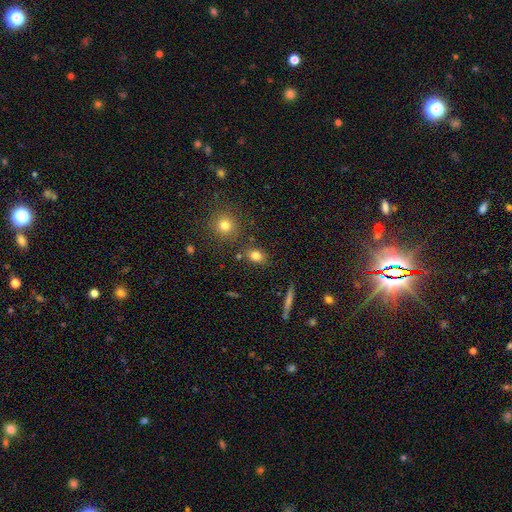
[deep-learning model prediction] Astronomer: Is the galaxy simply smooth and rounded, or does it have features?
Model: smooth — 81%.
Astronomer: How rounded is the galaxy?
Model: in between — 65%.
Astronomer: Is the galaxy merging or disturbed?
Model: none — 80%.